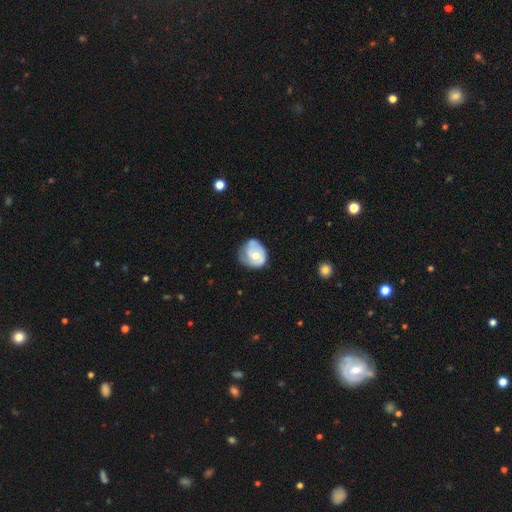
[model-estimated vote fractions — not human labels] Smooth or featured? featured or disk (56%)
Edge-on disk? no (97%)
Bar? no (72%)
Spiral arms? yes (66%)
Bulge size? moderate (68%)
Merging? none (47%)